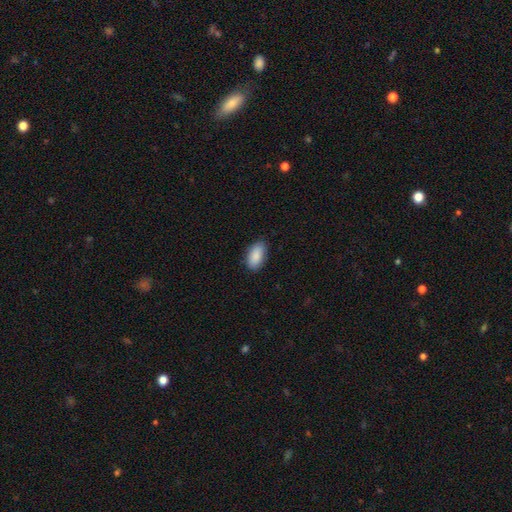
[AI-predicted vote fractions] Smooth or featured? smooth (89%)
How rounded? in between (93%)
Merging? none (84%)